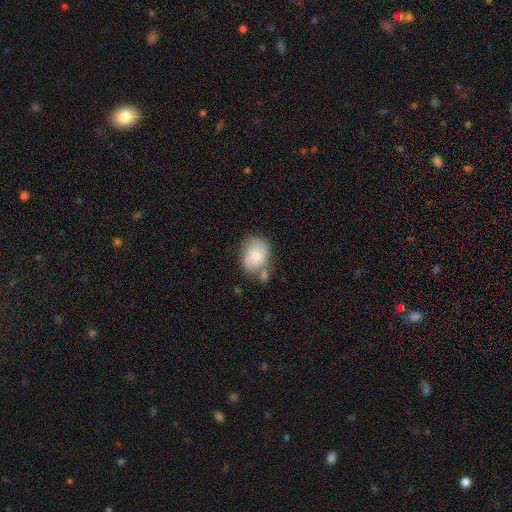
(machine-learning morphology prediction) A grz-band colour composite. It shows a smooth galaxy with no disk features (68%) that is in between round and cigar-shaped (57%). Merging: none (48%).